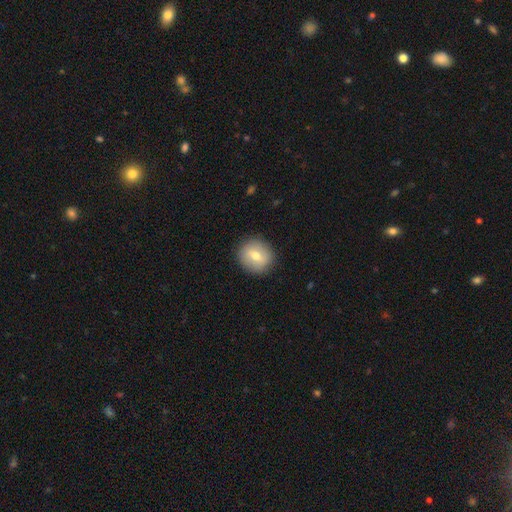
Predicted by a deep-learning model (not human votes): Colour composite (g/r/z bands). It shows a smooth galaxy with no disk features (68%) that is round (86%). Merging: none (89%).